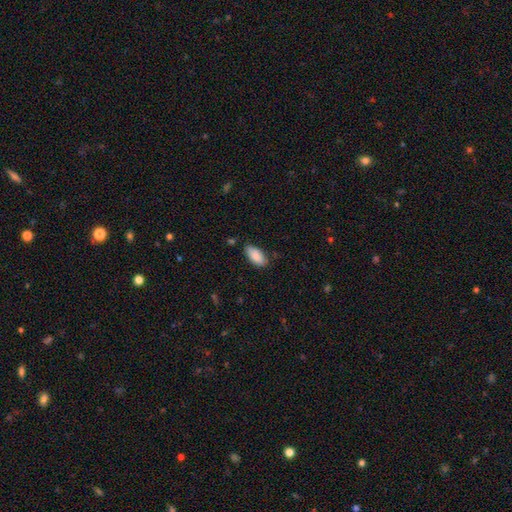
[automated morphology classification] Q: Smooth or featured?
A: smooth (88%); runner-up: star or artifact (6%)
Q: How rounded?
A: in between (91%); runner-up: cigar-shaped (7%)
Q: Merging?
A: none (77%); runner-up: minor disturbance (18%)